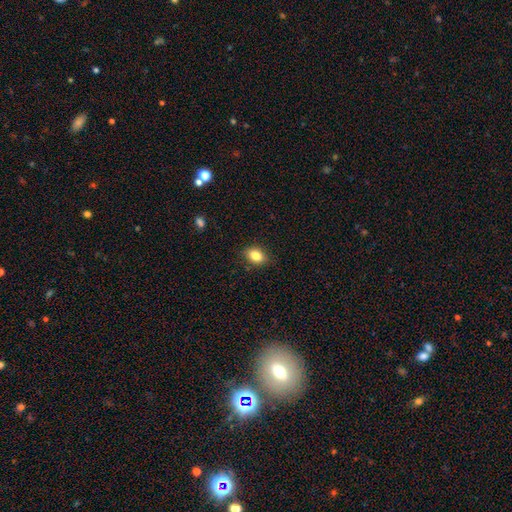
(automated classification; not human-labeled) Smooth or featured: smooth — 85% (star or artifact — 9%)
How rounded: in between — 80% (round — 18%)
Merging: none — 86% (minor disturbance — 11%)